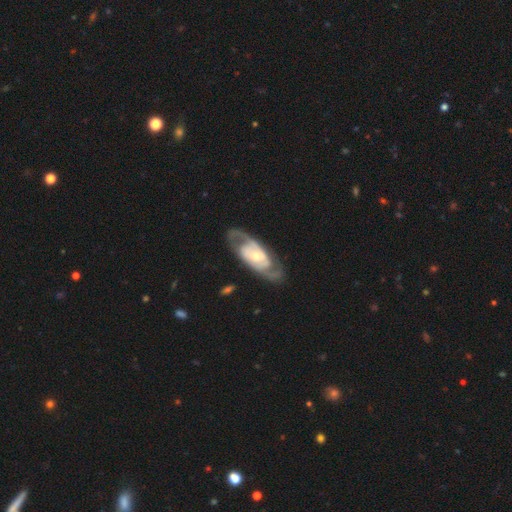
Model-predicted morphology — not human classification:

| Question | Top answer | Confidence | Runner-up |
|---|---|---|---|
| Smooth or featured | featured or disk | 83% | smooth (12%) |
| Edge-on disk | no | 92% | yes (8%) |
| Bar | no | 52% | weak (34%) |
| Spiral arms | yes | 89% | no (11%) |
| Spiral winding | medium | 45% | tight (38%) |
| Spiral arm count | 2 | 81% | can't tell (11%) |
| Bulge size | moderate | 48% | small (41%) |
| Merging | none | 77% | minor disturbance (14%) |